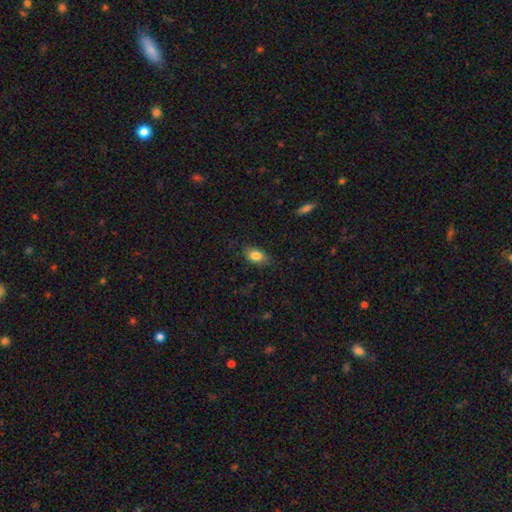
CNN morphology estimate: A smooth galaxy with no disk features (82%) that is in between round and cigar-shaped (84%).

Vote fractions:
- Smooth or featured? smooth: 82% / featured or disk: 9% / star or artifact: 8%
- How rounded? in between: 84% / round: 13% / cigar-shaped: 3%
- Merging? none: 79% / minor disturbance: 17% / major disturbance: 3% / merger: 1%